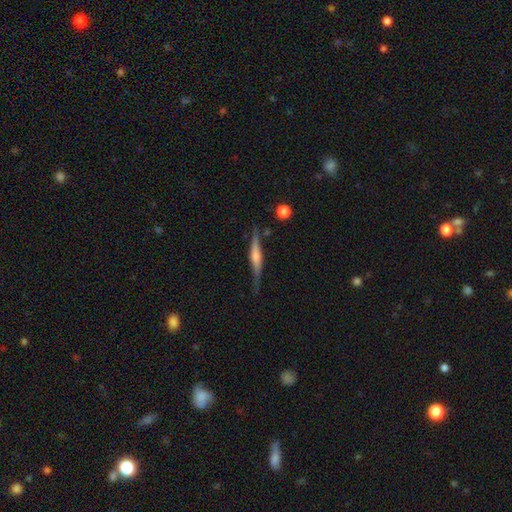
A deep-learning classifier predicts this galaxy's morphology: smooth-or-featured: featured or disk: 63% | smooth: 31% | star or artifact: 7%
  disk-edge-on: yes: 95% | no: 5%
    edge-on-bulge: rounded: 63% | boxy: 20% | none: 17%
  merging: none: 72% | minor disturbance: 20% | major disturbance: 5% | merger: 3%